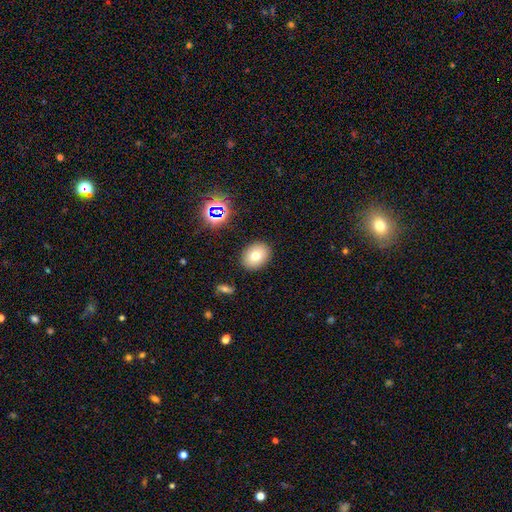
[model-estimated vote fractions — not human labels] Overall: smooth (73%). How rounded: in between (58%; round 41%). Merging: none (88%).